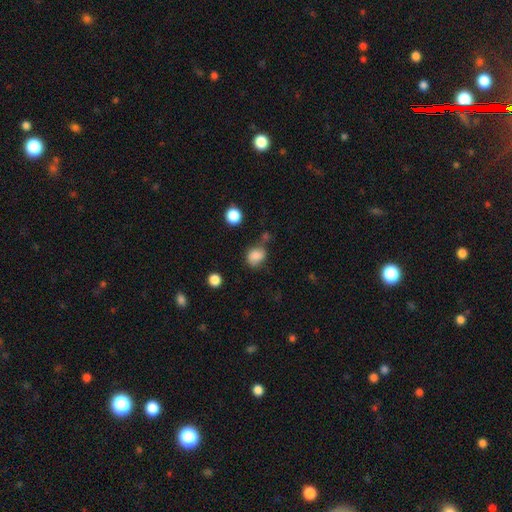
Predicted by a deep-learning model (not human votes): Smooth or featured? smooth (82%)
How rounded? round (58%)
Merging? none (60%)